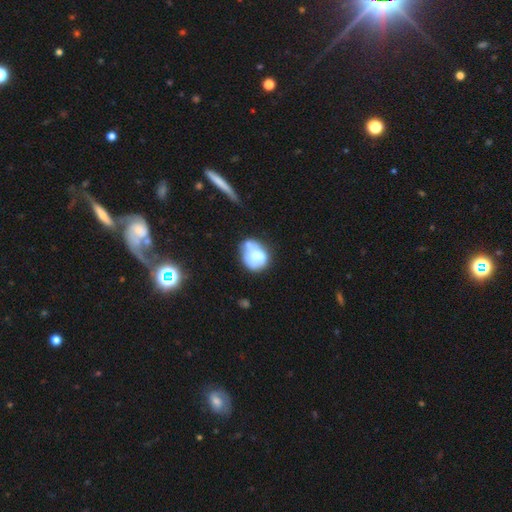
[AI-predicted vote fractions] A smooth galaxy with no disk features (60%) that is round (58%).

Vote fractions:
- Smooth or featured? smooth: 60% / featured or disk: 31% / star or artifact: 9%
- How rounded? round: 58% / in between: 41% / cigar-shaped: 1%
- Merging? none: 34% / merger: 27% / minor disturbance: 24% / major disturbance: 14%